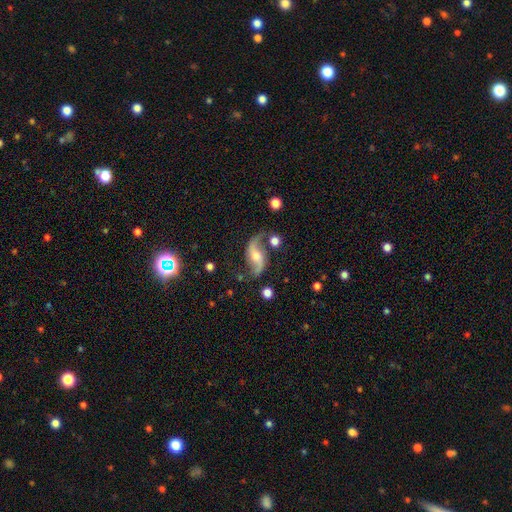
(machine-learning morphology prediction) A featured or disk galaxy (87%) with no bar (48%), 2 (94%) loose (83%) spiral arms (96%) and a moderate central bulge (56%). Merging: none (71%).